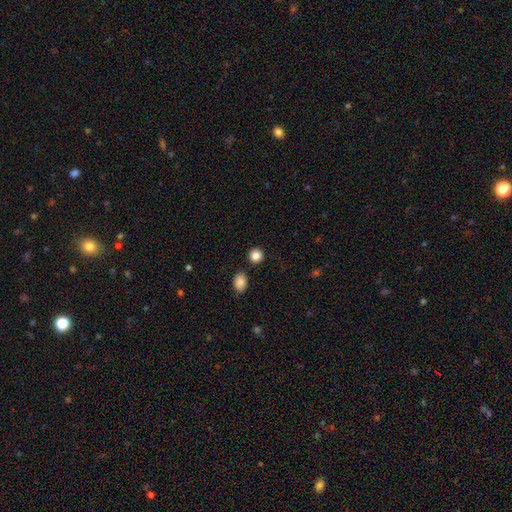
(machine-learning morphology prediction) A smooth galaxy with no disk features (86%) that is round (87%). Merging: none (84%).